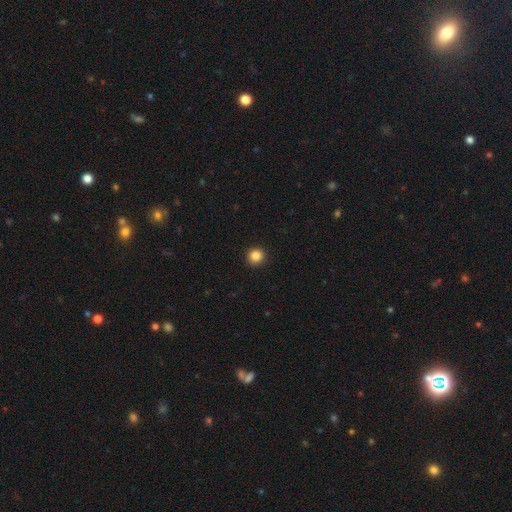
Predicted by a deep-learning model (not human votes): Smooth or featured? Predicted: smooth (p=0.85). How rounded? Predicted: round (p=0.94). Merging? Predicted: none (p=0.93).